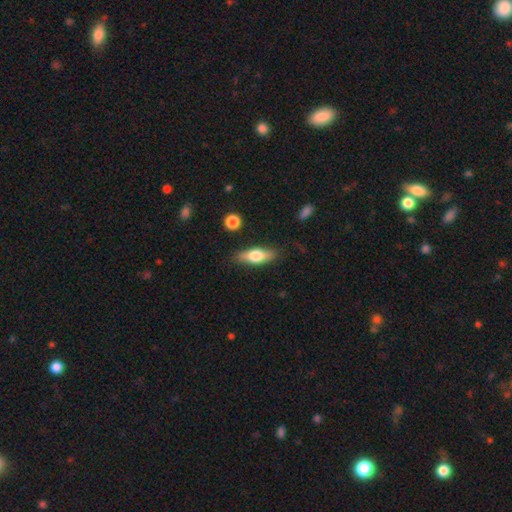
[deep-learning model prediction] Smooth or featured?
  - smooth: 63% *
  - featured or disk: 30%
  - star or artifact: 6%
How rounded?
  - in between: 62% *
  - cigar-shaped: 34%
  - round: 4%
Merging?
  - none: 82% *
  - minor disturbance: 13%
  - major disturbance: 3%
  - merger: 2%